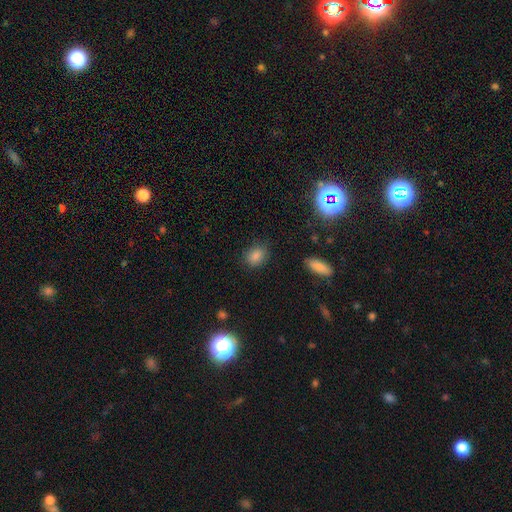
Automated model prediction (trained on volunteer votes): smooth-or-featured: smooth: 78% | star or artifact: 16% | featured or disk: 5%
  how-rounded: in between: 57% | round: 41% | cigar-shaped: 2%
  merging: none: 83% | minor disturbance: 12% | major disturbance: 3% | merger: 2%